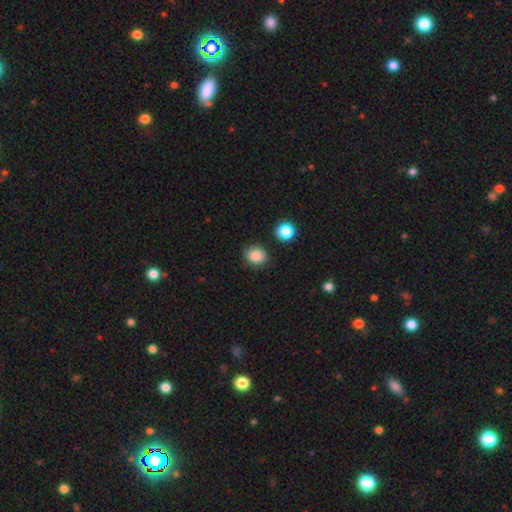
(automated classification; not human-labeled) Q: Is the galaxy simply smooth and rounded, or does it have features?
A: smooth — 86%.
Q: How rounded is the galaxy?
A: round — 69%.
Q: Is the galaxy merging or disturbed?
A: none — 84%.